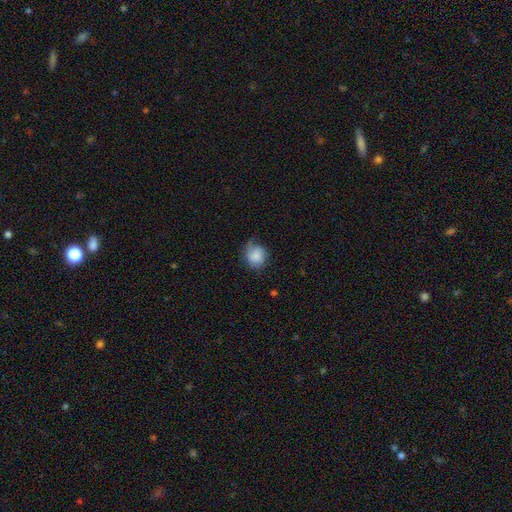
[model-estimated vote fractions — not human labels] Smooth or featured? Predicted: smooth (p=0.72). How rounded? Predicted: round (p=0.67). Merging? Predicted: none (p=0.44).